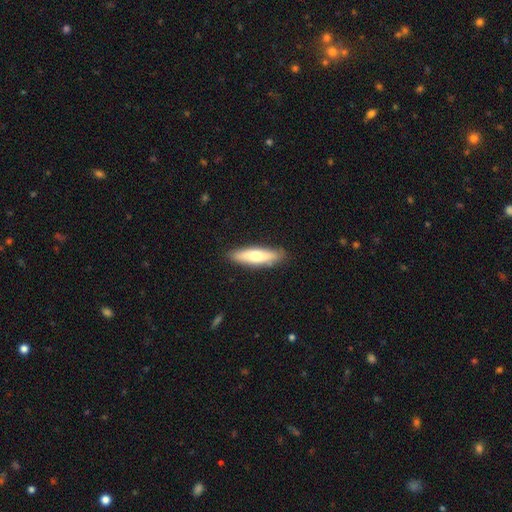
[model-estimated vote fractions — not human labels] smooth 62%, featured or disk 32%, star or artifact 6%. Down the decision tree: how rounded — cigar-shaped (69%); merging — none (87%).